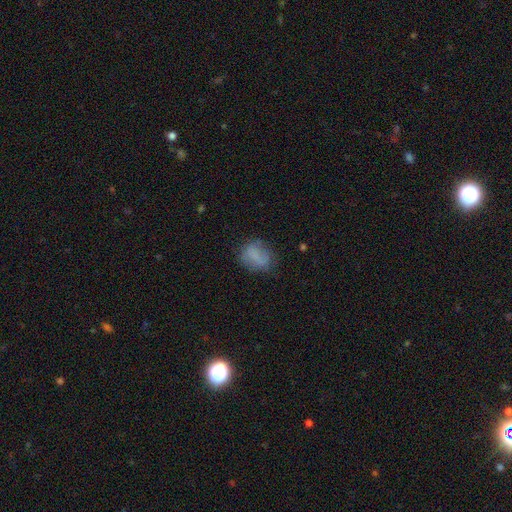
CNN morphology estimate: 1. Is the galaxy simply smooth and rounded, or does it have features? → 73% smooth, 17% featured or disk, 10% star or artifact.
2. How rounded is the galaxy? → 61% in between, 37% round, 2% cigar-shaped.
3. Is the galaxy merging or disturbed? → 64% none, 23% minor disturbance, 10% major disturbance, 3% merger.